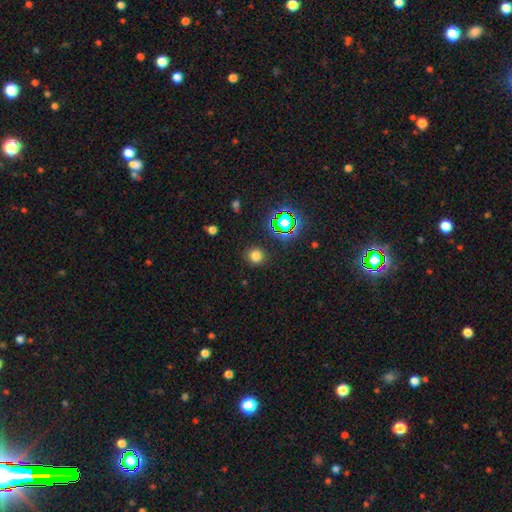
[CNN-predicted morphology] A smooth galaxy with no disk features (74%) that is round (89%). Merging: none (88%).